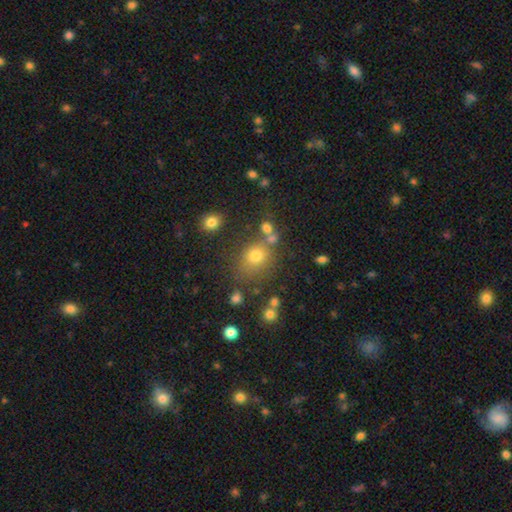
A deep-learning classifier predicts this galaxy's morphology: Smooth or featured? smooth (71%)
How rounded? round (71%)
Merging? none (66%)